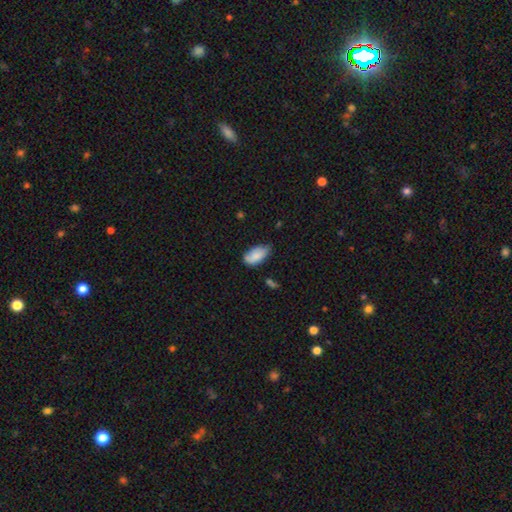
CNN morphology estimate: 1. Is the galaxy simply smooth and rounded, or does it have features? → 83% smooth, 10% featured or disk, 7% star or artifact.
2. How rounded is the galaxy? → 94% in between, 3% cigar-shaped, 3% round.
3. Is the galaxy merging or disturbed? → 51% none, 40% minor disturbance, 6% major disturbance, 3% merger.